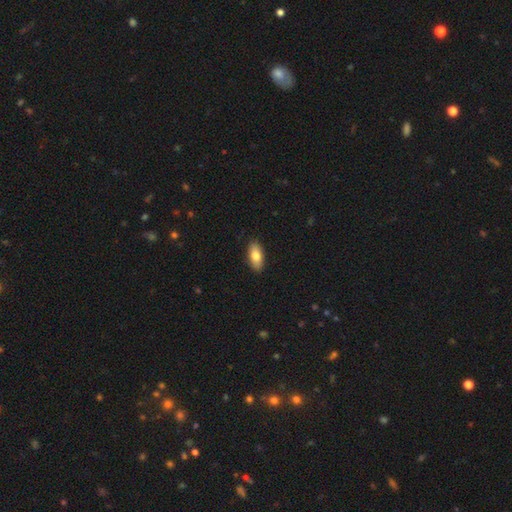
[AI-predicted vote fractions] Smooth or featured?
  - smooth: 79% *
  - featured or disk: 15%
  - star or artifact: 6%
How rounded?
  - in between: 86% *
  - cigar-shaped: 11%
  - round: 3%
Merging?
  - none: 89% *
  - minor disturbance: 8%
  - major disturbance: 2%
  - merger: 1%